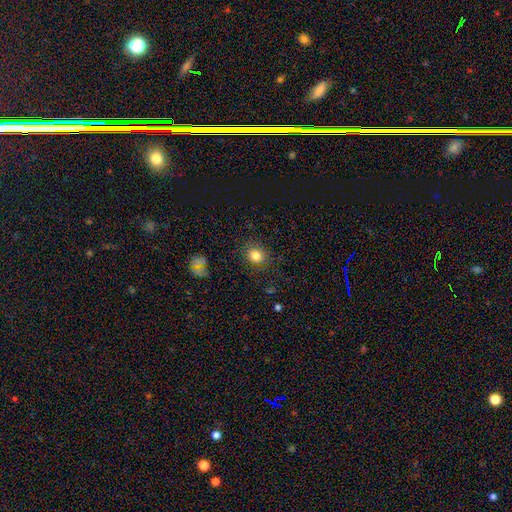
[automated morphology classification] A smooth galaxy with no disk features (82%) that is round (71%). Merging: none (85%).